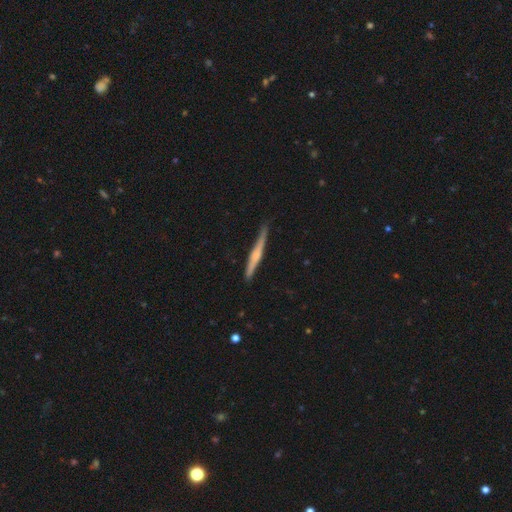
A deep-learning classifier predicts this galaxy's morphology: type=featured or disk (62%); edge-on=yes (97%); edge-on bulge=rounded (60%); merging=none (83%).